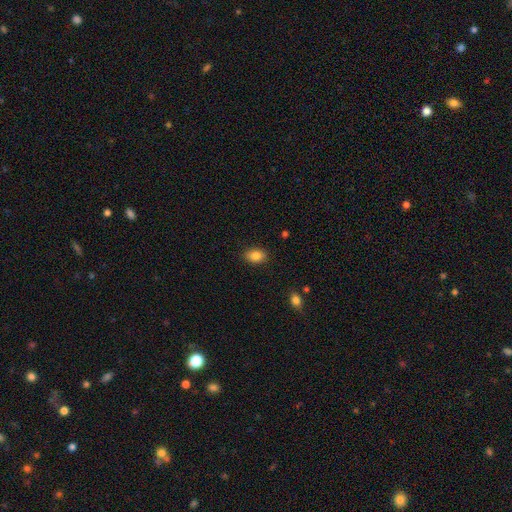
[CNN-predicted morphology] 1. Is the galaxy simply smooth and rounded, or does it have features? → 86% smooth, 9% star or artifact, 5% featured or disk.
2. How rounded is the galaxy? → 81% in between, 18% round, 1% cigar-shaped.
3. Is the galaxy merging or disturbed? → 87% none, 10% minor disturbance, 2% major disturbance, 1% merger.